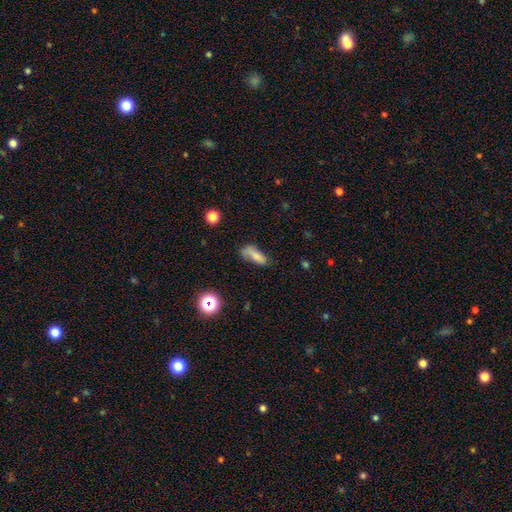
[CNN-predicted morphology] Smooth or featured?
  - smooth: 72% *
  - featured or disk: 17%
  - star or artifact: 11%
How rounded?
  - in between: 63% *
  - cigar-shaped: 33%
  - round: 4%
Merging?
  - none: 45% *
  - minor disturbance: 31%
  - major disturbance: 19%
  - merger: 5%